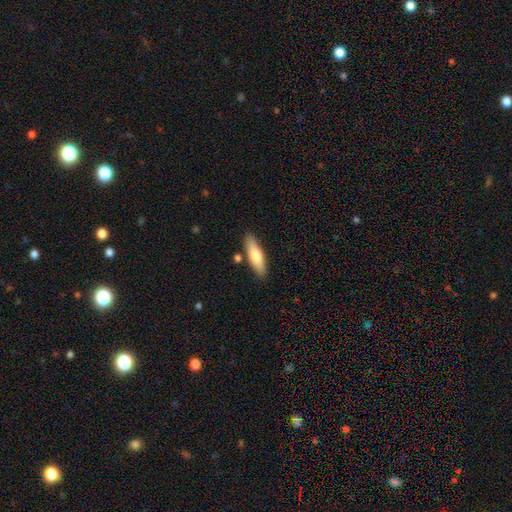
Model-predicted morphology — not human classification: Overall: smooth (71%). How rounded: cigar-shaped (59%; in between 39%). Merging: none (83%).